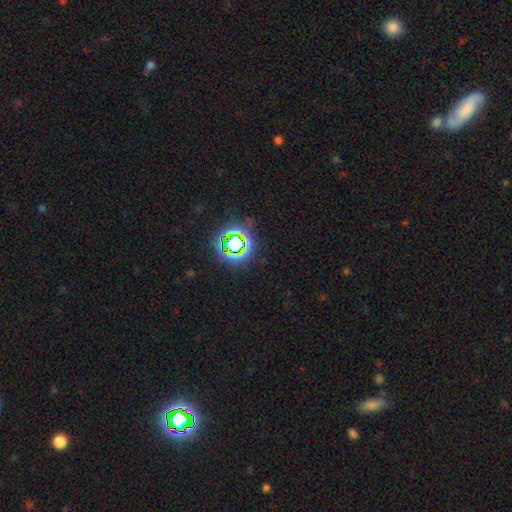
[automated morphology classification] Smooth or featured? Predicted: star or artifact (p=0.74).